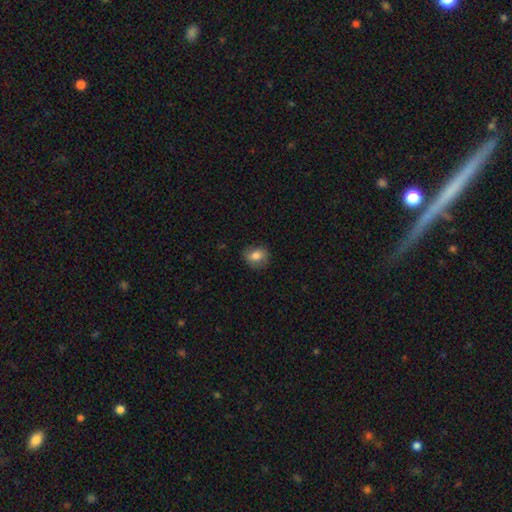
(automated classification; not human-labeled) smooth-or-featured: smooth: 75% | featured or disk: 16% | star or artifact: 9%
  how-rounded: round: 57% | in between: 42% | cigar-shaped: 1%
  merging: none: 76% | minor disturbance: 18% | major disturbance: 5% | merger: 1%